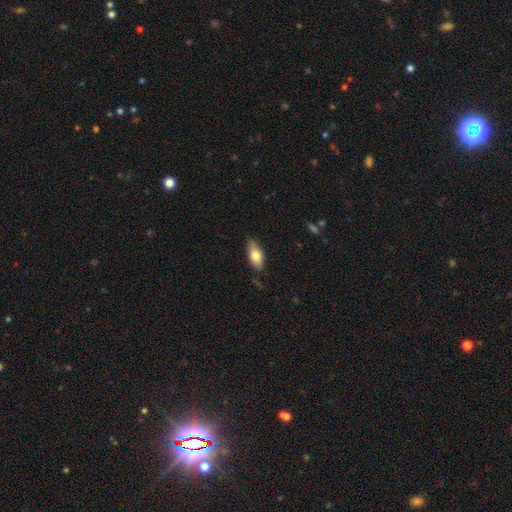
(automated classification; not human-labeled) Smooth or featured? smooth (75%)
How rounded? in between (84%)
Merging? none (79%)